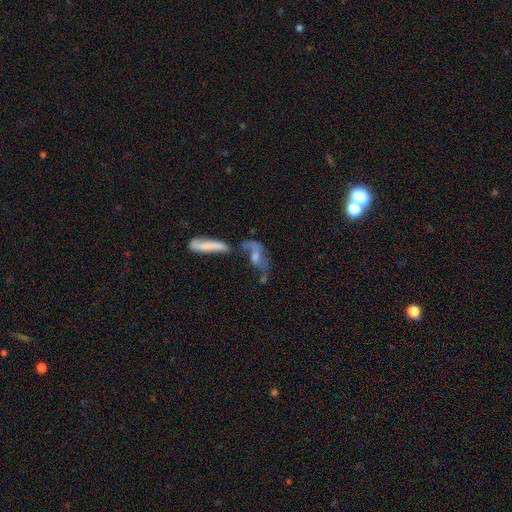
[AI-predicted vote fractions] This appears to be a featured or disk galaxy (55%). Merging: merger (37%).